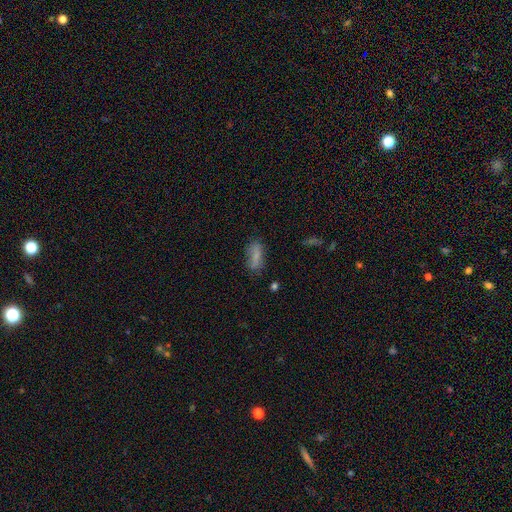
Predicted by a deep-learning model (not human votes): This is likely a smooth galaxy (75%). How rounded: likely in between (60%). Merging: likely none (69%).